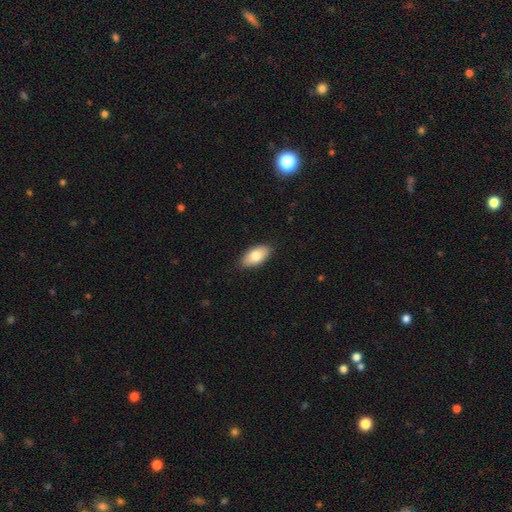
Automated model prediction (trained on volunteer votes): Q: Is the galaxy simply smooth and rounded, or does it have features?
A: smooth — 80%.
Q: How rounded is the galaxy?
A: in between — 93%.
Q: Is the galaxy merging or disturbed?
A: none — 87%.